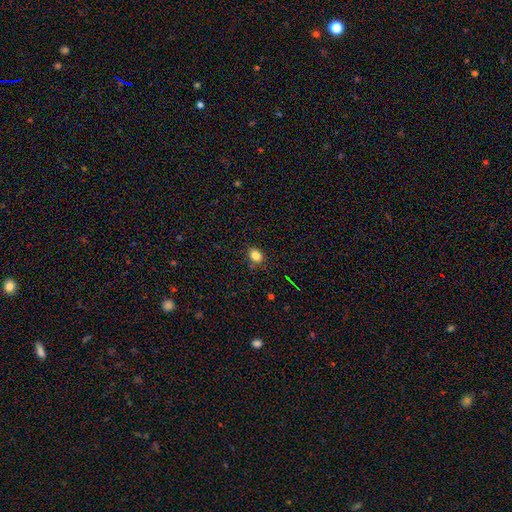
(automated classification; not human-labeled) smooth-or-featured: smooth: 83% | star or artifact: 12% | featured or disk: 5%
  how-rounded: in between: 52% | round: 47% | cigar-shaped: 1%
  merging: none: 83% | minor disturbance: 12% | major disturbance: 3% | merger: 2%